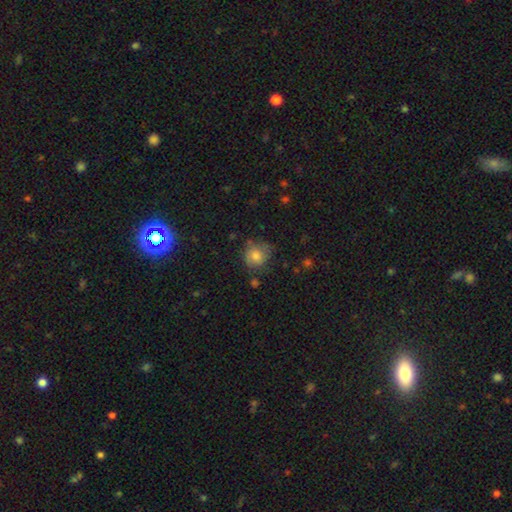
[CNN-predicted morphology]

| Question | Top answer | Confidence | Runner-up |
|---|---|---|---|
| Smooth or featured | smooth | 73% | featured or disk (16%) |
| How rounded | round | 79% | in between (20%) |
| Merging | none | 61% | minor disturbance (27%) |